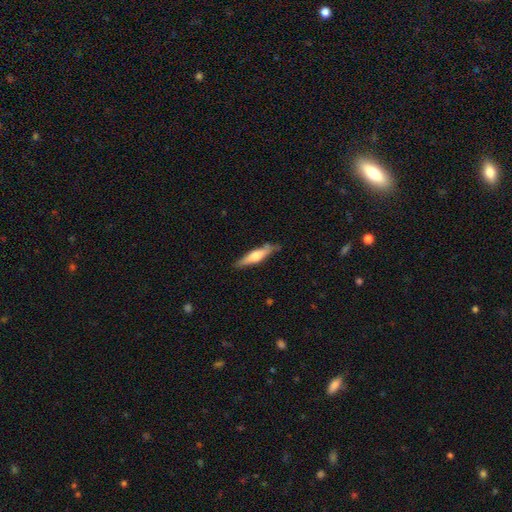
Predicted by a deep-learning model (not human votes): Smooth or featured: smooth — 49% (featured or disk — 46%)
Merging: none — 79% (minor disturbance — 16%)